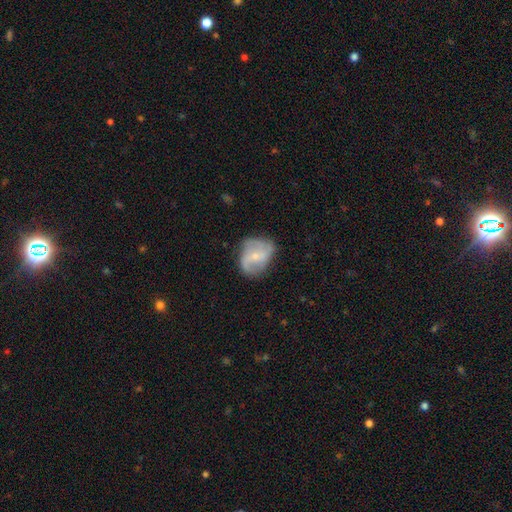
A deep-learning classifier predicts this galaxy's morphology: The model was most divided on "bar": no: 49%, weak: 39%, strong: 12%. More confident: edge-on disk — no (97%); spiral arms — yes (83%); bulge size — small (64%); smooth or featured — featured or disk (62%); merging — none (58%).